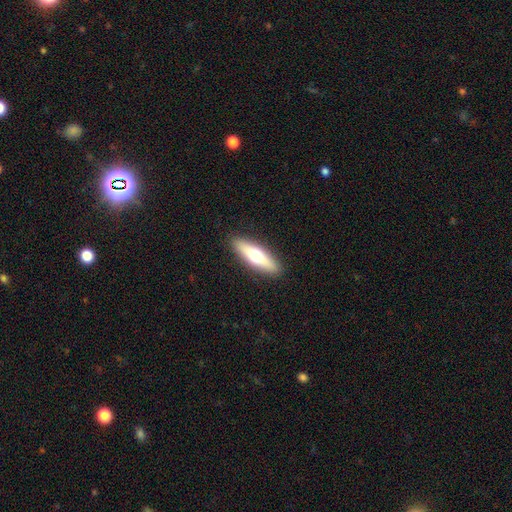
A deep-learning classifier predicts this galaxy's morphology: The model was most divided on "smooth or featured": smooth: 56%, featured or disk: 38%, star or artifact: 6%. More confident: merging — none (90%); how rounded — cigar-shaped (62%).